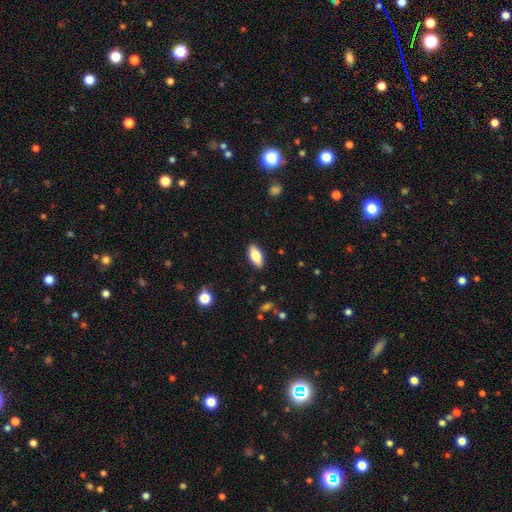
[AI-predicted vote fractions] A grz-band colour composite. It shows a smooth galaxy with no disk features (75%) that is in between round and cigar-shaped (83%). Merging: none (88%).